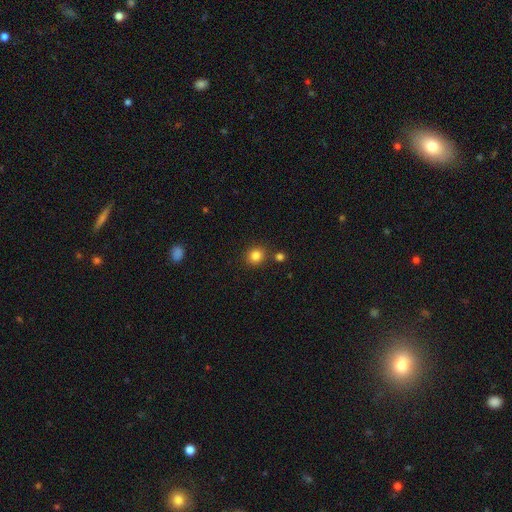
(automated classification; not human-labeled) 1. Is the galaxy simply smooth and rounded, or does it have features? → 83% smooth, 12% star or artifact, 5% featured or disk.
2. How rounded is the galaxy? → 84% round, 15% in between, 1% cigar-shaped.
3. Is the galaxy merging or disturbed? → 82% none, 8% minor disturbance, 8% merger, 3% major disturbance.